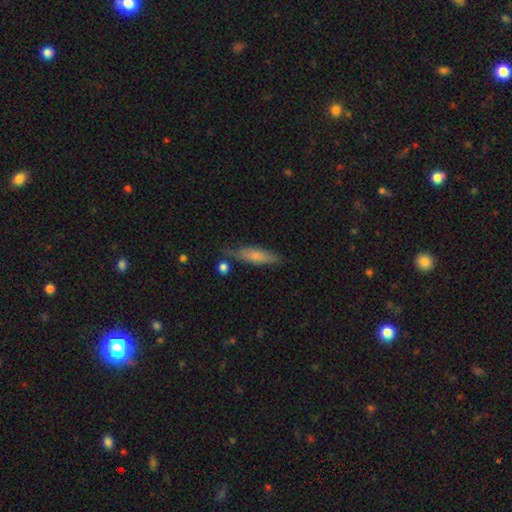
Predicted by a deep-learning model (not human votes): smooth 66%, featured or disk 27%, star or artifact 7%. Down the decision tree: how rounded — cigar-shaped (66%); merging — none (69%).